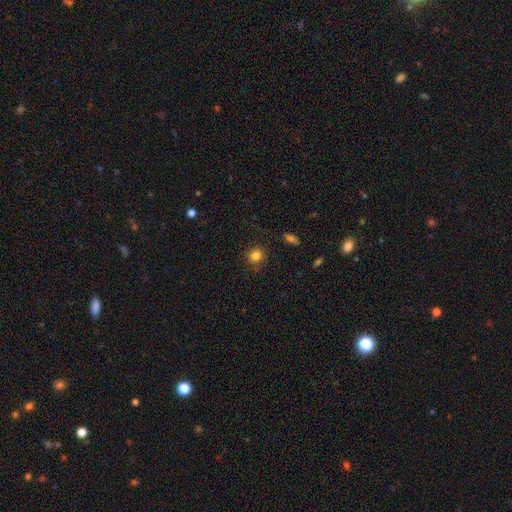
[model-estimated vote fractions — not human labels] Smooth or featured: smooth — 83% (star or artifact — 12%)
How rounded: round — 89% (in between — 10%)
Merging: none — 86% (minor disturbance — 10%)